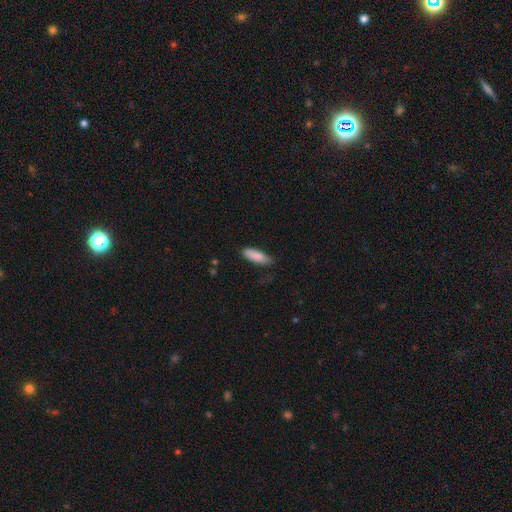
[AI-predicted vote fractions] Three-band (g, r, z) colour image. It shows a smooth galaxy with no disk features (86%) that is cigar-shaped (50%). Merging: none (74%).